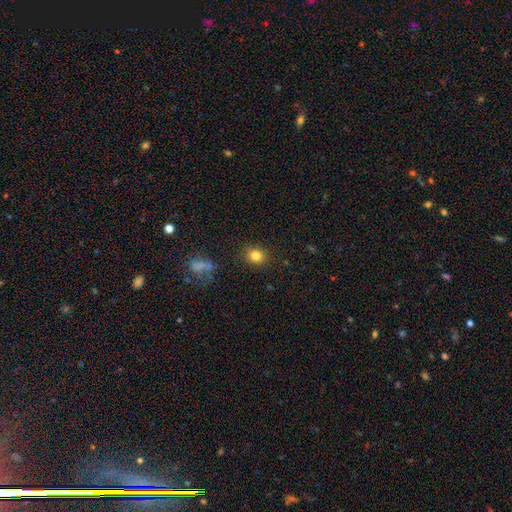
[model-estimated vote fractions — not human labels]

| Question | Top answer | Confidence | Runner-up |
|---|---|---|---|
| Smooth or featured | smooth | 82% | star or artifact (11%) |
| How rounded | round | 73% | in between (26%) |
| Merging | none | 86% | minor disturbance (9%) |